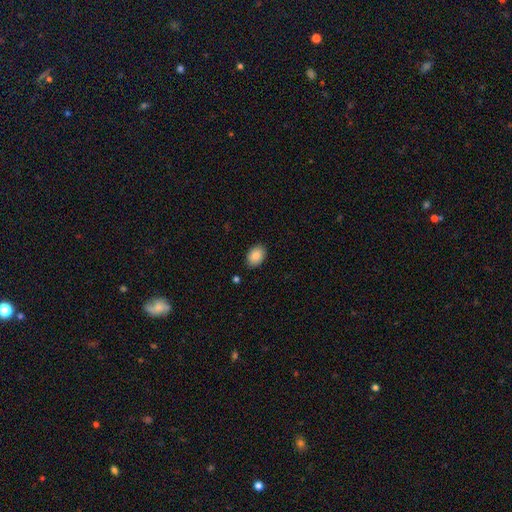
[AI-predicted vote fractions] Overall: smooth (87%). How rounded: in between (80%). Merging: none (87%).